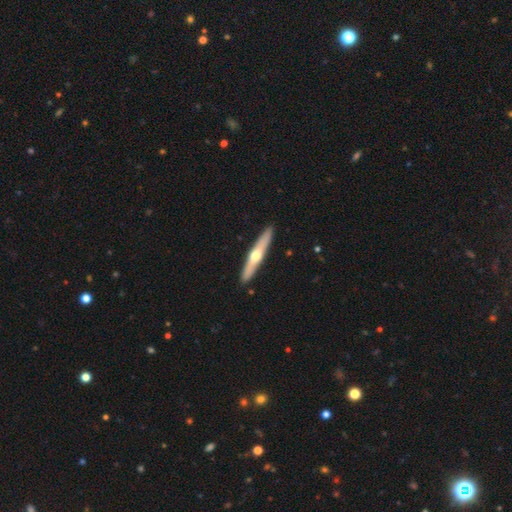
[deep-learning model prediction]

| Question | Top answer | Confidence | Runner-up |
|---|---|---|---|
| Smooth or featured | featured or disk | 59% | smooth (37%) |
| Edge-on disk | yes | 95% | no (5%) |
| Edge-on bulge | rounded | 92% | none (6%) |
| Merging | none | 91% | minor disturbance (6%) |